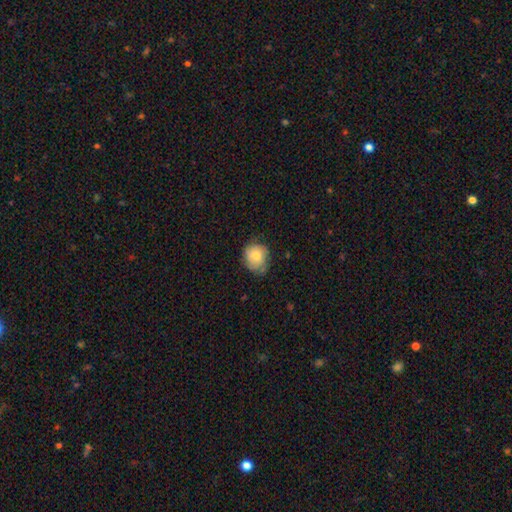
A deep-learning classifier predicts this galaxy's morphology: This is likely a smooth galaxy (77%). How rounded: likely round (71%). Merging: likely none (61%).